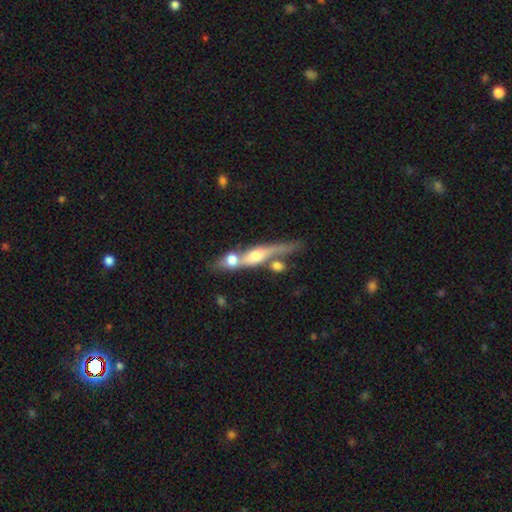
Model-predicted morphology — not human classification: Smooth or featured?
  - featured or disk: 62% *
  - smooth: 30%
  - star or artifact: 8%
Edge-on disk?
  - yes: 80% *
  - no: 20%
Merging?
  - merger: 42% *
  - none: 39%
  - minor disturbance: 11%
  - major disturbance: 7%